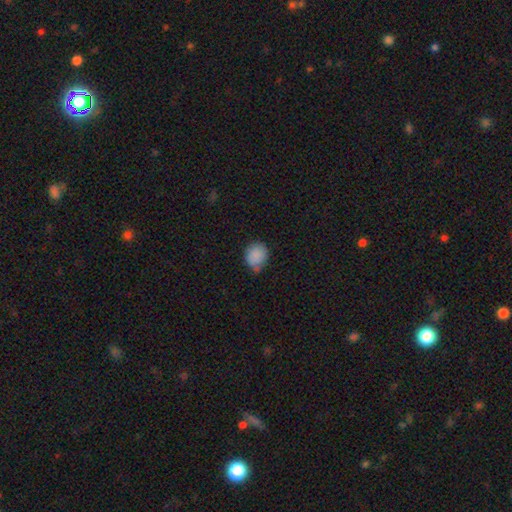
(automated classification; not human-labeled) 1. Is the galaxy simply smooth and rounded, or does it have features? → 86% smooth, 9% star or artifact, 5% featured or disk.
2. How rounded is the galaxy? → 67% round, 32% in between, 1% cigar-shaped.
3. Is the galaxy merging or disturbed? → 56% none, 33% minor disturbance, 6% major disturbance, 4% merger.